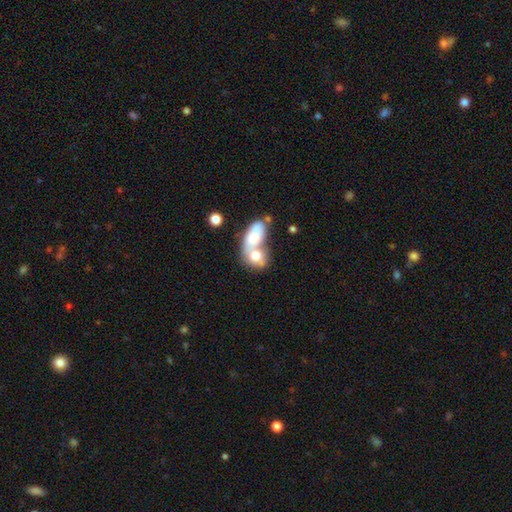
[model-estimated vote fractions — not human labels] A smooth galaxy with no disk features (71%) that is in between round and cigar-shaped (70%).

Vote fractions:
- Smooth or featured? smooth: 71% / featured or disk: 22% / star or artifact: 7%
- How rounded? in between: 70% / round: 26% / cigar-shaped: 4%
- Merging? merger: 74% / none: 14% / minor disturbance: 6% / major disturbance: 6%